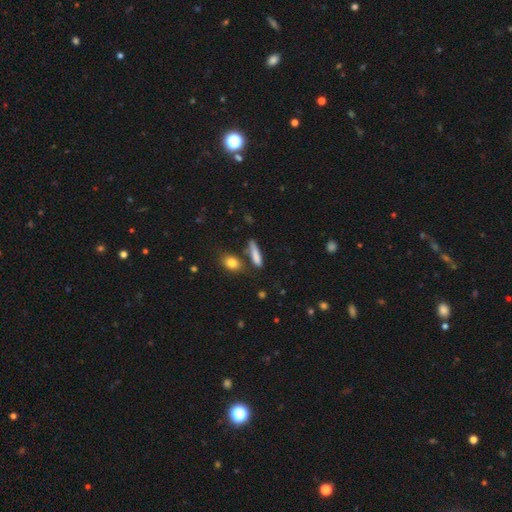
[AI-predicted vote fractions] Smooth or featured? Predicted: smooth (p=0.78). How rounded? Predicted: cigar-shaped (p=0.67). Merging? Predicted: none (p=0.63).